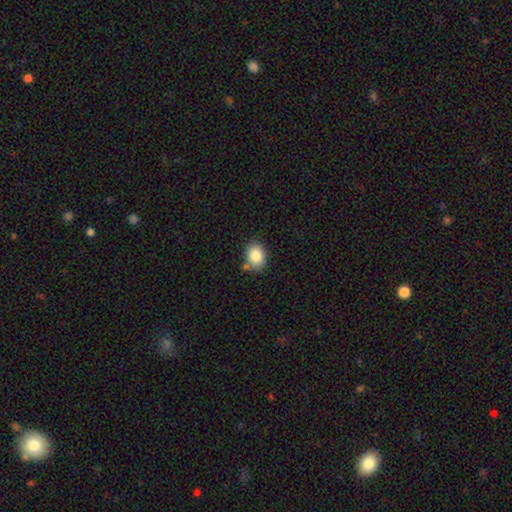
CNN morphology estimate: smooth_or_featured: smooth (p=0.85) [alt: star or artifact p=0.08]
how_rounded: in between (p=0.63) [alt: round p=0.36]
merging: none (p=0.71) [alt: minor disturbance p=0.16]